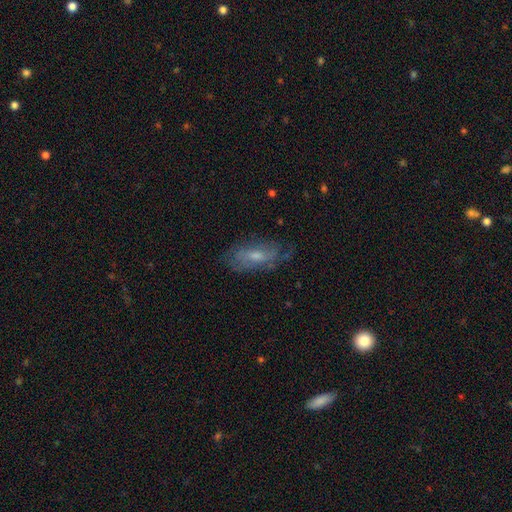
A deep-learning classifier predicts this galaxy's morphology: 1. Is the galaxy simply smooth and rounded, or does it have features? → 56% featured or disk, 35% smooth, 9% star or artifact.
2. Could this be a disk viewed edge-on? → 84% no, 16% yes.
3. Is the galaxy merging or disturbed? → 68% none, 22% minor disturbance, 9% major disturbance, 1% merger.